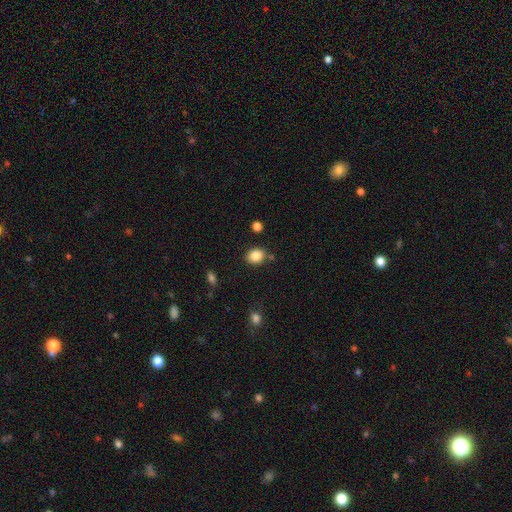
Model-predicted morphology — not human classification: Smooth or featured?
  - smooth: 86% *
  - star or artifact: 9%
  - featured or disk: 5%
How rounded?
  - round: 52% *
  - in between: 47%
  - cigar-shaped: 1%
Merging?
  - none: 79% *
  - minor disturbance: 12%
  - merger: 5%
  - major disturbance: 3%